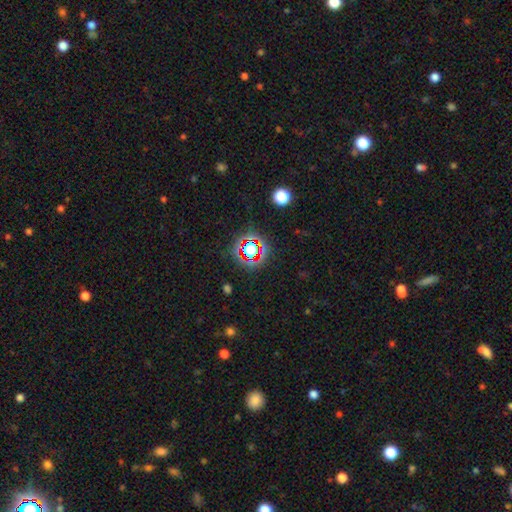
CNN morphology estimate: smooth-or-featured: star or artifact: 72% | smooth: 18% | featured or disk: 10%